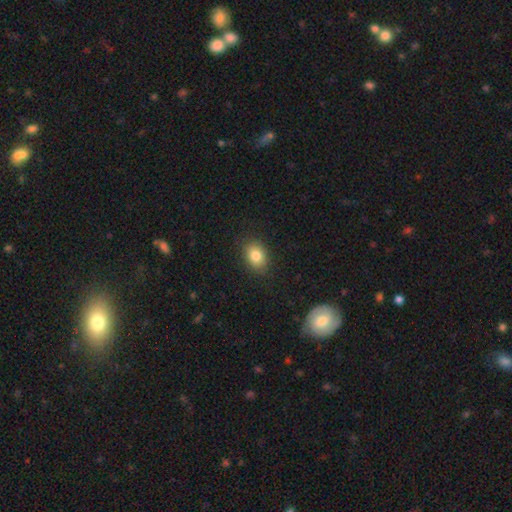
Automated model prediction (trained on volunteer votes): Overall: smooth (83%). How rounded: in between (66%; round 33%). Merging: none (86%).